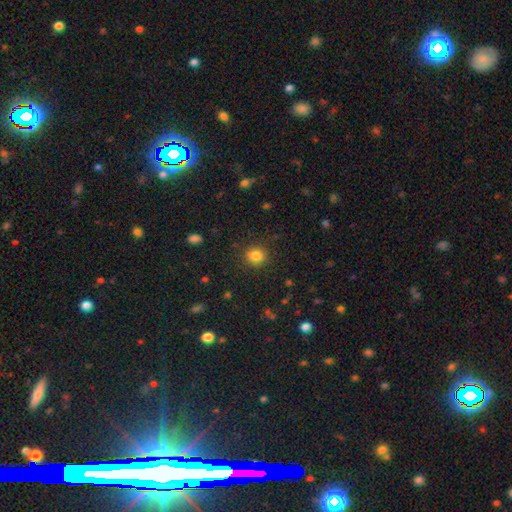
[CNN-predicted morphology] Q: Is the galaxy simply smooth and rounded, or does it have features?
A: smooth — 83%.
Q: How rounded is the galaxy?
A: round — 83%.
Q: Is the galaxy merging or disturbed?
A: none — 87%.